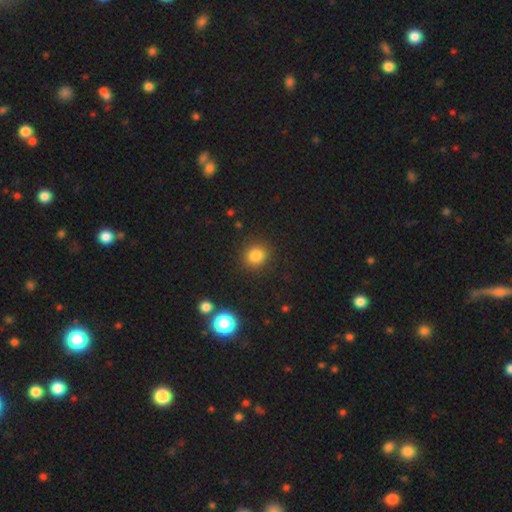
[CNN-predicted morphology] smooth-or-featured: smooth: 82% | star or artifact: 13% | featured or disk: 5%
  how-rounded: round: 85% | in between: 14% | cigar-shaped: 1%
  merging: none: 89% | minor disturbance: 7% | major disturbance: 3% | merger: 2%